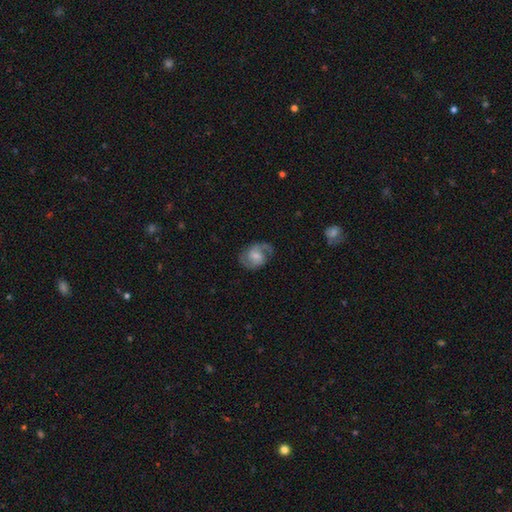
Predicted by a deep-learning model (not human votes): A featured or disk galaxy (75%) with a weak bar (49%), 2 (88%) medium (54%) spiral arms (94%) and a moderate central bulge (40%). Merging: none (72%).